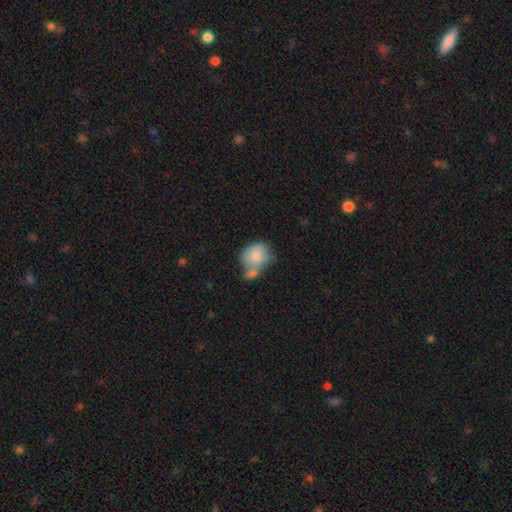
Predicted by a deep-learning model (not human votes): A smooth galaxy with no disk features (81%) that is round (65%). Merging: merger (41%).